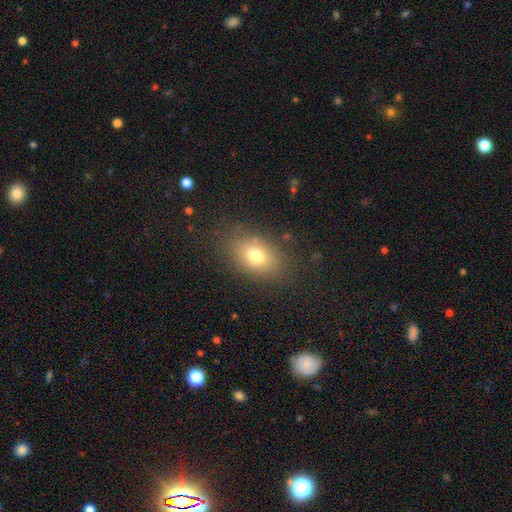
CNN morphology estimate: Overall: smooth (75%). How rounded: in between (82%). Merging: none (83%).